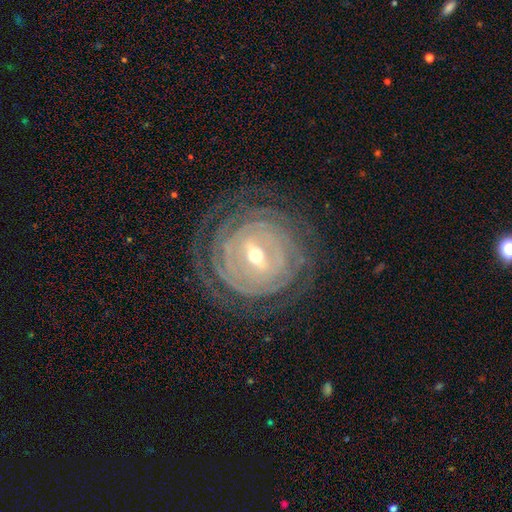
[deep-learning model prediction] Morphology: type=featured or disk (89%); edge-on=no (95%); bar=strong (48%); spiral arms=yes (94%); winding=tight (83%); arm count=can't tell (37%); bulge=moderate (49%); merging=none (77%).